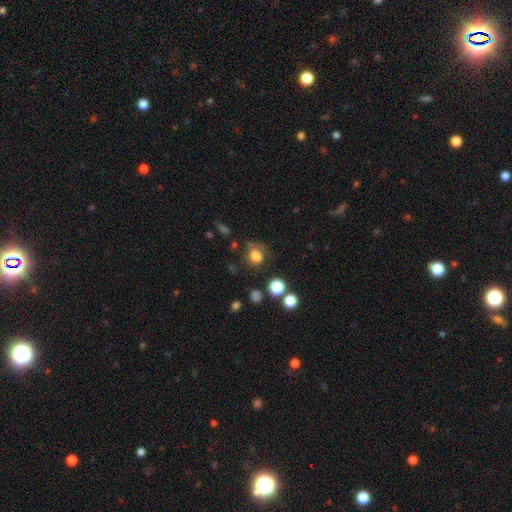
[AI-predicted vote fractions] This appears to be a smooth galaxy with no disk features (77%) that is round (60%). Merging: none (58%).